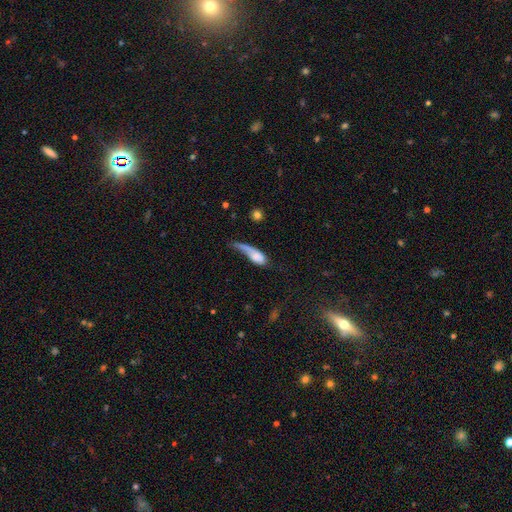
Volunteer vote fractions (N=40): Smooth or featured: smooth — 60% (featured or disk — 30%)
How rounded: in between — 58% (cigar-shaped — 38%)
Merging: major disturbance — 64% (minor disturbance — 25%)